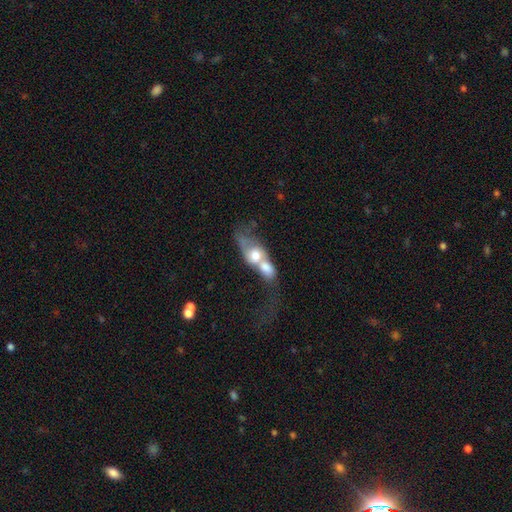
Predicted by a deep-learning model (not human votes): Smooth or featured: smooth — 54% (featured or disk — 38%)
How rounded: in between — 63% (round — 26%)
Merging: merger — 80% (major disturbance — 9%)